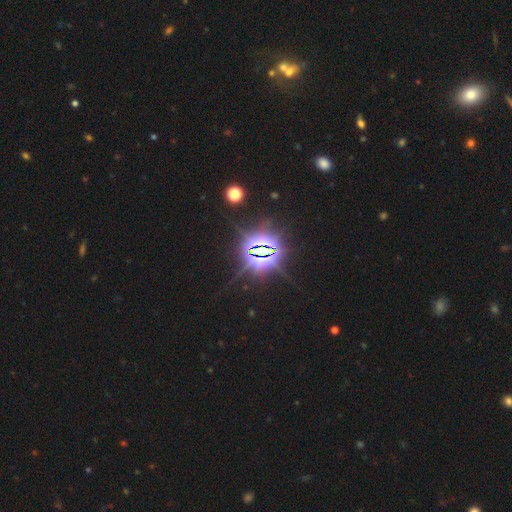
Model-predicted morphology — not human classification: A star or artifact, not a galaxy (84%).

Vote fractions:
- Smooth or featured? star or artifact: 84% / featured or disk: 9% / smooth: 7%